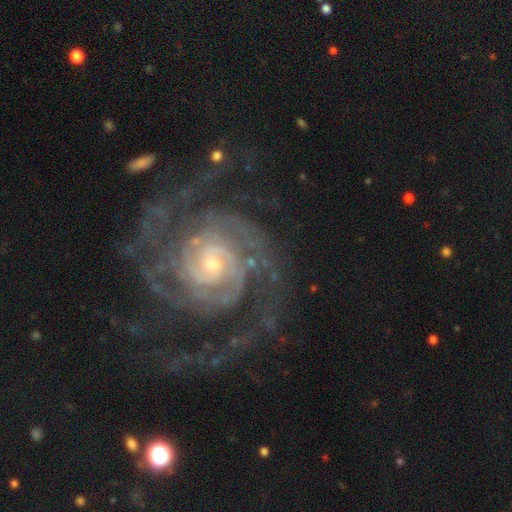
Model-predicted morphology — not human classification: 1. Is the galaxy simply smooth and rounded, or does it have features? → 92% featured or disk, 5% star or artifact, 3% smooth.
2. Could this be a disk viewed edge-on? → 98% no, 2% yes.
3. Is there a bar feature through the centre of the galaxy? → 58% no, 31% weak, 12% strong.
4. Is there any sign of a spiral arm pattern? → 98% yes, 2% no.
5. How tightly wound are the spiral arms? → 62% tight, 31% medium, 6% loose.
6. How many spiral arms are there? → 50% 2, 15% 3, 13% can't tell, 9% 4, 7% more than 4, 7% 1.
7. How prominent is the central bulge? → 59% small, 32% moderate, 5% large, 2% none, 1% dominant.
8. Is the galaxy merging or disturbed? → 73% none, 13% minor disturbance, 12% major disturbance, 2% merger.